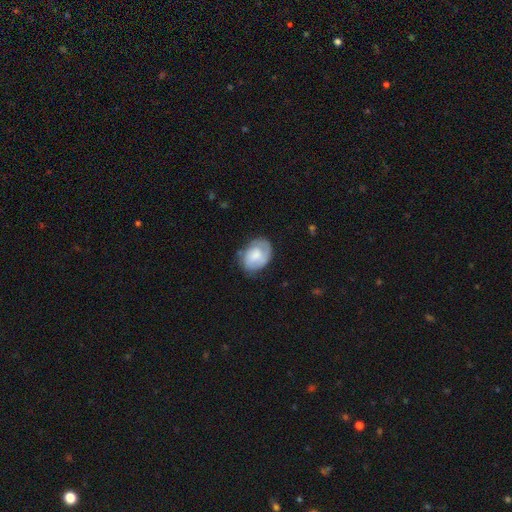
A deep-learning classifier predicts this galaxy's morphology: Smooth or featured: smooth — 55% (featured or disk — 38%)
How rounded: in between — 70% (round — 29%)
Merging: none — 62% (minor disturbance — 26%)